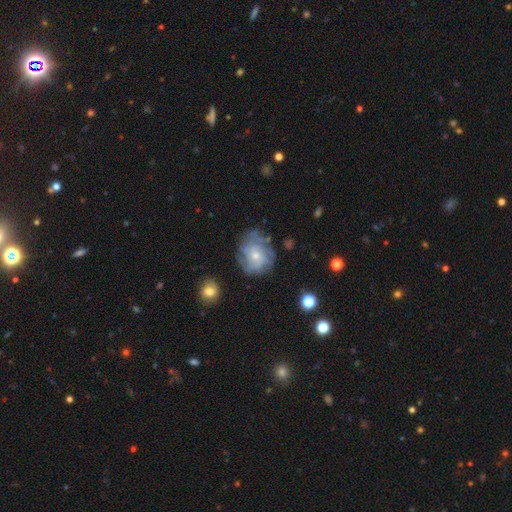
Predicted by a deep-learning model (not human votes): A featured or disk galaxy (73%) with no bar (78%), tight (56%) spiral arms (86%) and a small central bulge (63%).

Vote fractions:
- Smooth or featured? featured or disk: 73% / smooth: 18% / star or artifact: 9%
- Edge-on disk? no: 97% / yes: 3%
- Bar? no: 78% / weak: 19% / strong: 3%
- Spiral arms? yes: 86% / no: 14%
- Spiral winding? tight: 56% / medium: 31% / loose: 12%
- Spiral arm count? can't tell: 46% / 4: 16% / 3: 12% / more than 4: 11% / 2: 9% / 1: 5%
- Bulge size? small: 63% / moderate: 32% / none: 2% / large: 2% / dominant: 1%
- Merging? none: 67% / minor disturbance: 21% / major disturbance: 10% / merger: 2%